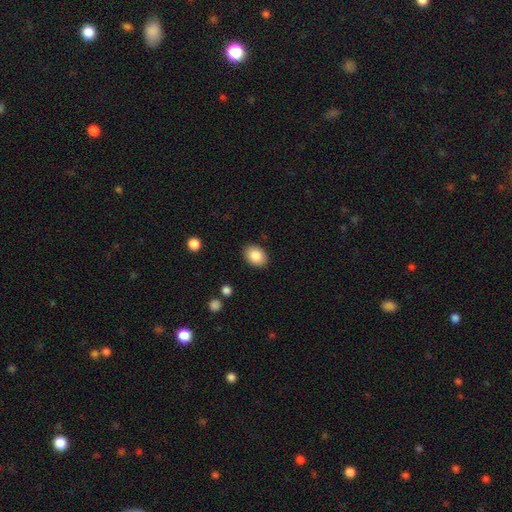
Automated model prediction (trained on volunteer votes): smooth_or_featured: smooth (p=0.86) [alt: star or artifact p=0.08]
how_rounded: in between (p=0.74) [alt: round p=0.25]
merging: none (p=0.88) [alt: minor disturbance p=0.09]